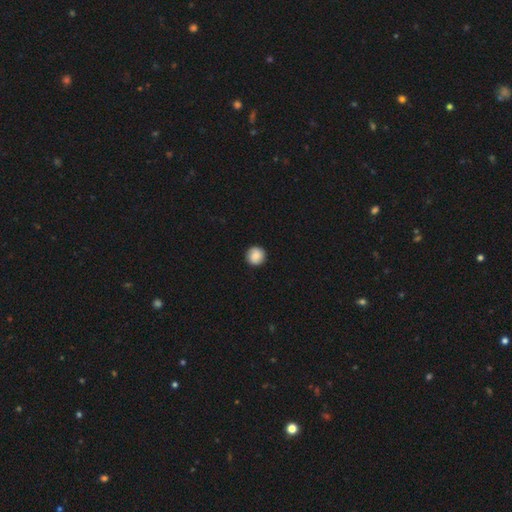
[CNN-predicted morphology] This is clearly a smooth galaxy (83%). How rounded: clearly round (95%). Merging: clearly none (91%).